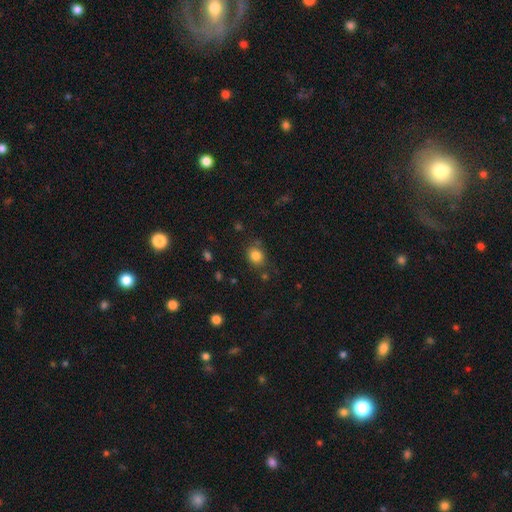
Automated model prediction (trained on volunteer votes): This is clearly a smooth galaxy (83%). How rounded: likely round (64%). Merging: likely none (78%).